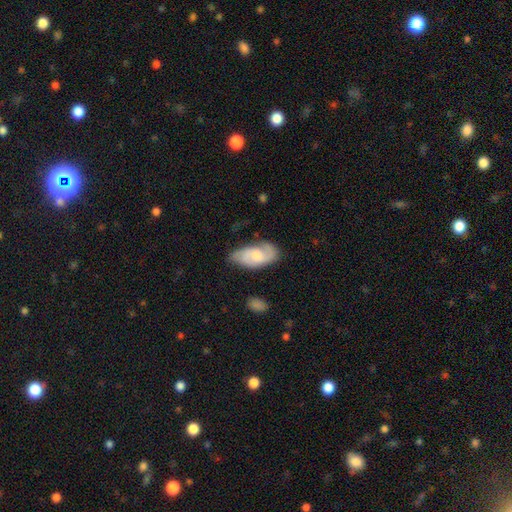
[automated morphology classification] A featured or disk galaxy (55%) with no bar (58%), spiral arms (89%) and a moderate central bulge (47%). Merging: none (59%).